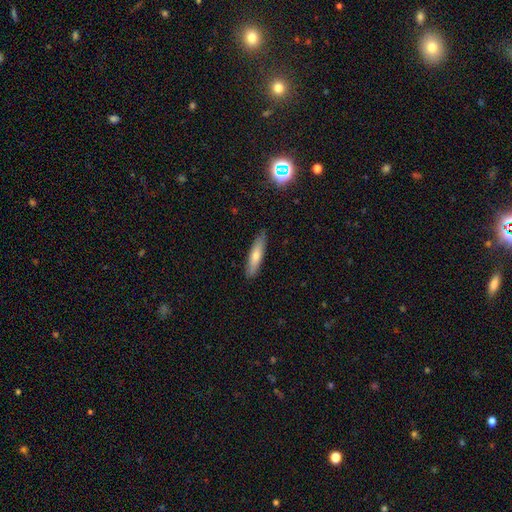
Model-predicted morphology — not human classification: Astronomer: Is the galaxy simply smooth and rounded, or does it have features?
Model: smooth — 67%.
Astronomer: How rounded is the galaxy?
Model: cigar-shaped — 78%.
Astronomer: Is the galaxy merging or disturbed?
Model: none — 87%.